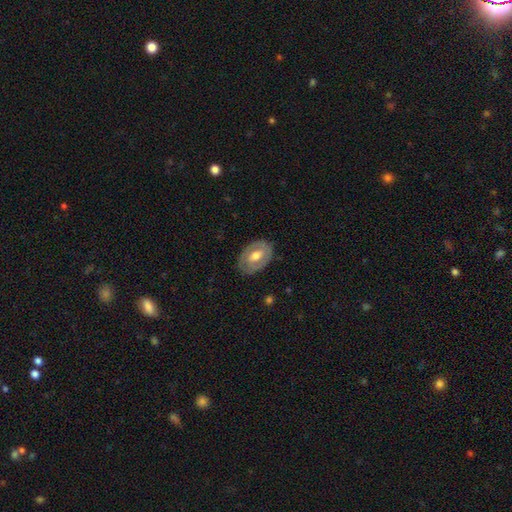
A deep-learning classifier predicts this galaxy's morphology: smooth_or_featured: featured or disk (p=0.60) [alt: smooth p=0.35]
disk_edge_on: no (p=0.93) [alt: yes p=0.07]
bar: no (p=0.51) [alt: weak p=0.36]
has_spiral_arms: no (p=0.60) [alt: yes p=0.40]
bulge_size: moderate (p=0.69) [alt: large p=0.18]
merging: none (p=0.80) [alt: minor disturbance p=0.14]